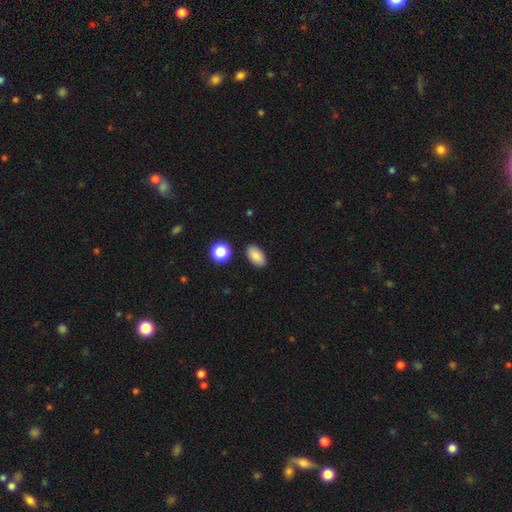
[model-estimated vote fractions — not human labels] smooth-or-featured: smooth: 87% | star or artifact: 8% | featured or disk: 5%
  how-rounded: in between: 91% | round: 7% | cigar-shaped: 2%
  merging: none: 87% | minor disturbance: 9% | merger: 2% | major disturbance: 2%